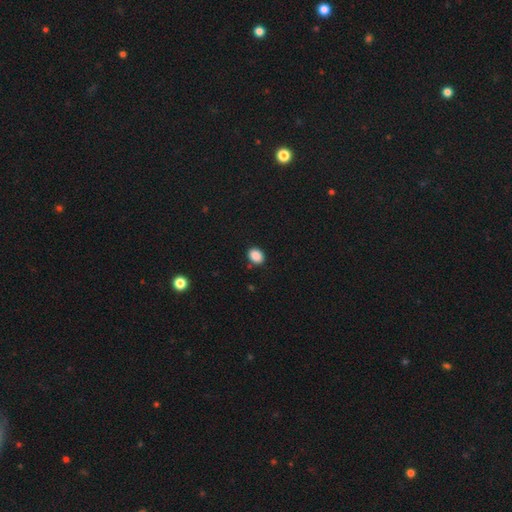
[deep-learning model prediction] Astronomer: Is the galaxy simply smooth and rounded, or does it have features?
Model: smooth — 88%.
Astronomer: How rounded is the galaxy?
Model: in between — 65%.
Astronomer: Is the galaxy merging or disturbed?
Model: none — 86%.